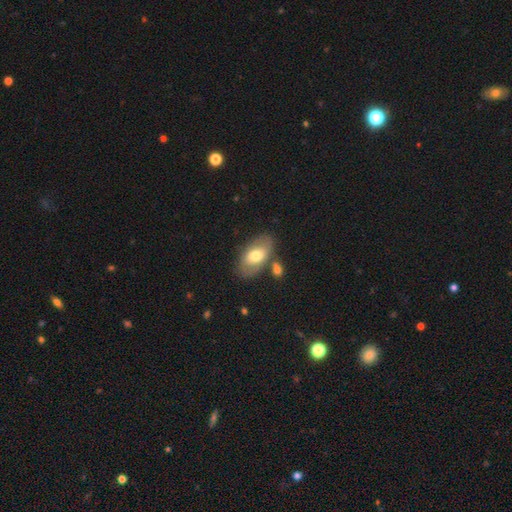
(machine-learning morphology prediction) Smooth or featured?
  - smooth: 60% *
  - featured or disk: 33%
  - star or artifact: 6%
How rounded?
  - in between: 92% *
  - round: 5%
  - cigar-shaped: 2%
Merging?
  - none: 66% *
  - minor disturbance: 16%
  - merger: 12%
  - major disturbance: 5%